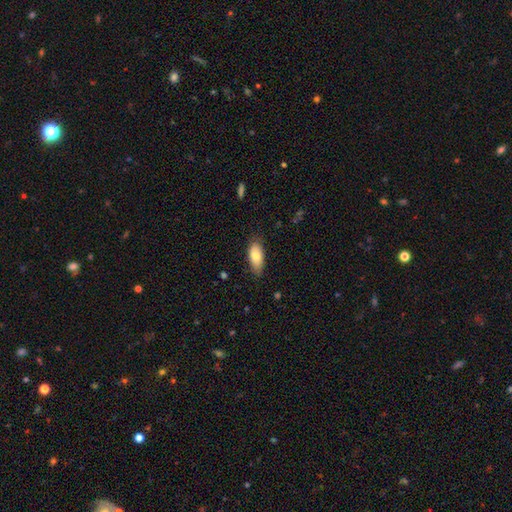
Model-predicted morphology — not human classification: Smooth or featured?
  - smooth: 78% *
  - featured or disk: 16%
  - star or artifact: 6%
How rounded?
  - in between: 88% *
  - cigar-shaped: 9%
  - round: 3%
Merging?
  - none: 77% *
  - minor disturbance: 19%
  - major disturbance: 3%
  - merger: 1%